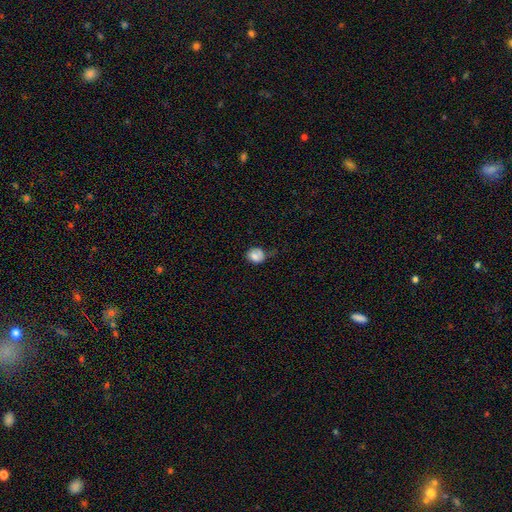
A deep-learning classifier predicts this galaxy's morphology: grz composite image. It shows a smooth galaxy with no disk features (74%) that is round (58%). Merging: none (45%).